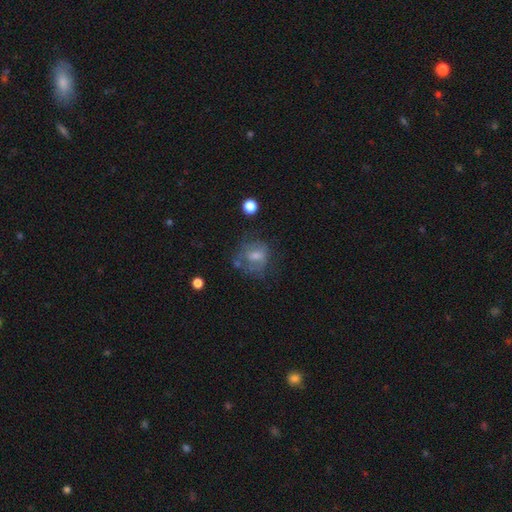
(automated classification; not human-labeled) The model was most divided on "smooth or featured": featured or disk: 44%, smooth: 43%, star or artifact: 14%. More confident: merging — none (53%).